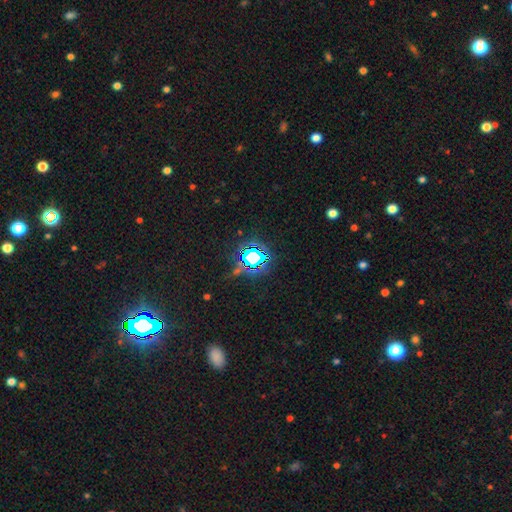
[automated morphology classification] Smooth or featured: star or artifact — 75% (smooth — 15%)